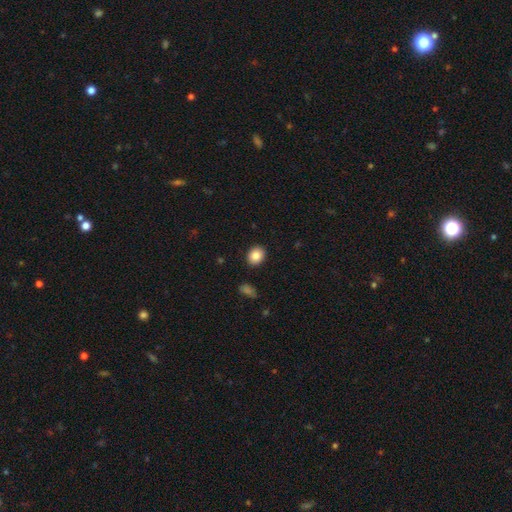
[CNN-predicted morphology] This appears to be a smooth galaxy with no disk features (86%) that is round (59%). Merging: none (91%).